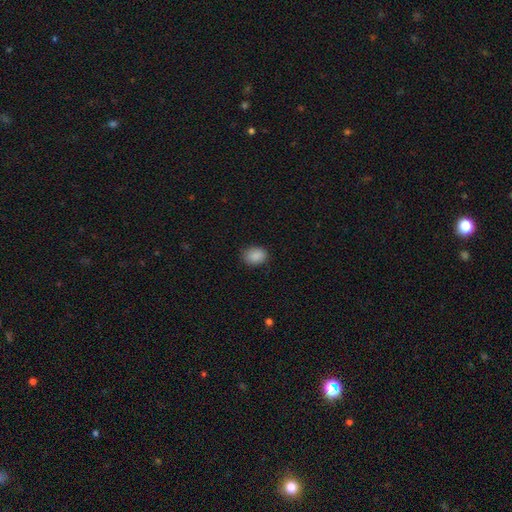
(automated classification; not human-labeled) Smooth or featured: smooth — 89% (star or artifact — 8%)
How rounded: in between — 67% (round — 32%)
Merging: none — 83% (minor disturbance — 13%)